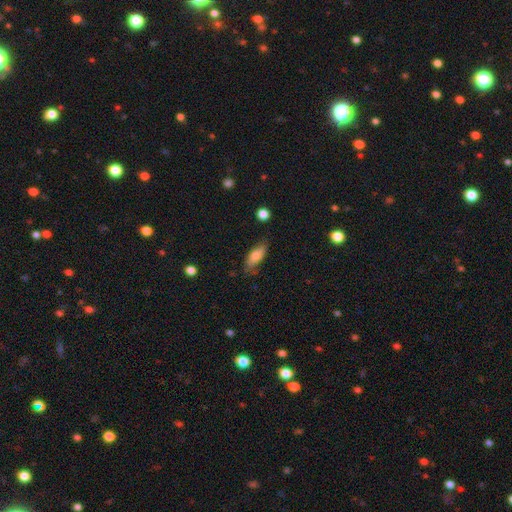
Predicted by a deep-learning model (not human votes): Smooth or featured: smooth — 76% (featured or disk — 17%)
How rounded: in between — 72% (cigar-shaped — 25%)
Merging: none — 70% (minor disturbance — 23%)